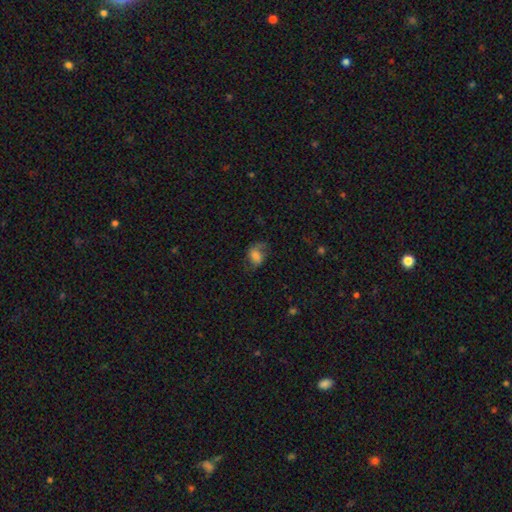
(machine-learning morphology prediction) The model was most divided on "smooth or featured": smooth: 54%, featured or disk: 35%, star or artifact: 11%. More confident: how rounded — in between (68%); merging — none (53%).